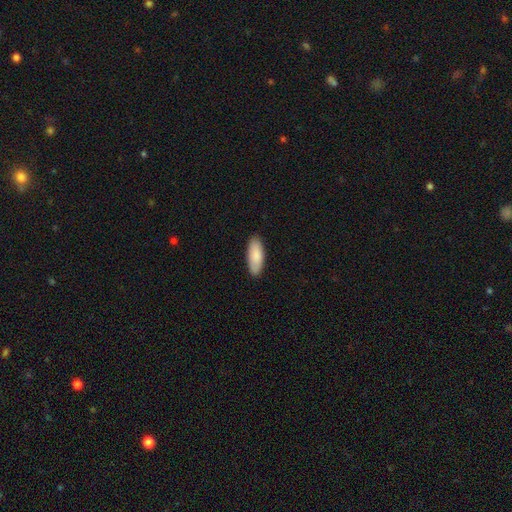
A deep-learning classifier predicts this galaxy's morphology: type=smooth (87%); roundness=in between (76%); merging=none (88%).